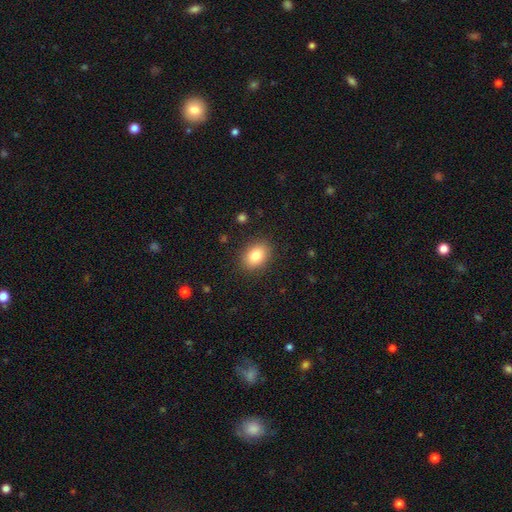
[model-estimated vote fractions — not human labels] A smooth galaxy with no disk features (83%) that is in between round and cigar-shaped (74%).

Vote fractions:
- Smooth or featured? smooth: 83% / featured or disk: 8% / star or artifact: 8%
- How rounded? in between: 74% / round: 25% / cigar-shaped: 1%
- Merging? none: 87% / minor disturbance: 9% / major disturbance: 3% / merger: 1%